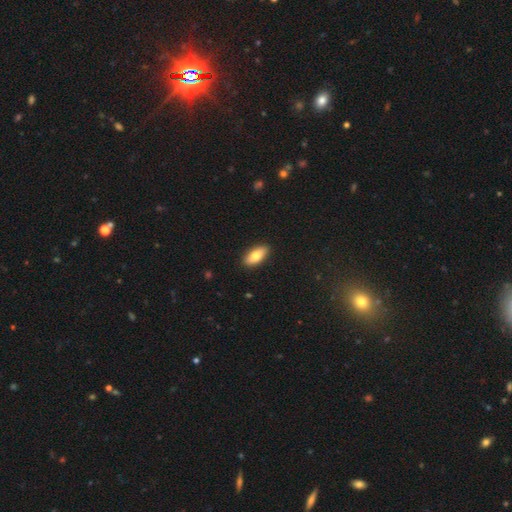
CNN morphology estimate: Overall: smooth (78%). How rounded: in between (85%). Merging: none (89%).